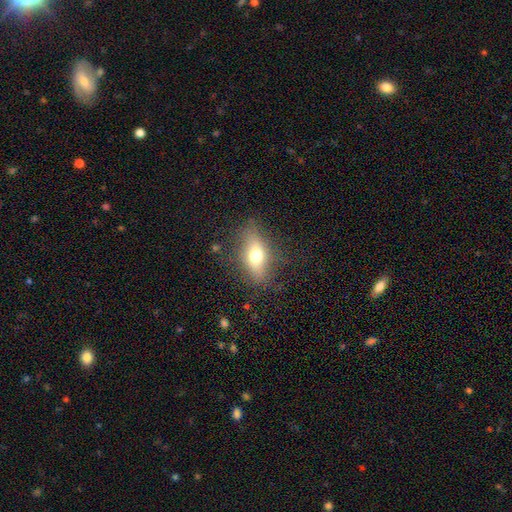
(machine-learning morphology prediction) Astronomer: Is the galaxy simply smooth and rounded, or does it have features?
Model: smooth — 60%.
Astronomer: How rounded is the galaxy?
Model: in between — 74%.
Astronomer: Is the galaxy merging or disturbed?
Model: none — 77%.